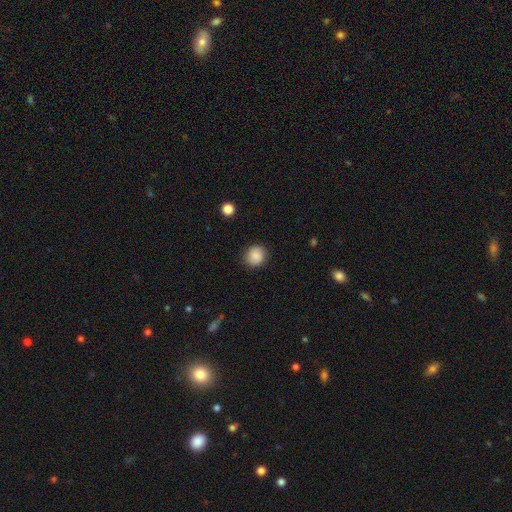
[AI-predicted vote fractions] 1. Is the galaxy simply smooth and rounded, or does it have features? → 86% smooth, 9% star or artifact, 5% featured or disk.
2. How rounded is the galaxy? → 87% round, 12% in between, 1% cigar-shaped.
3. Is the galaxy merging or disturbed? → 86% none, 10% minor disturbance, 3% major disturbance, 1% merger.